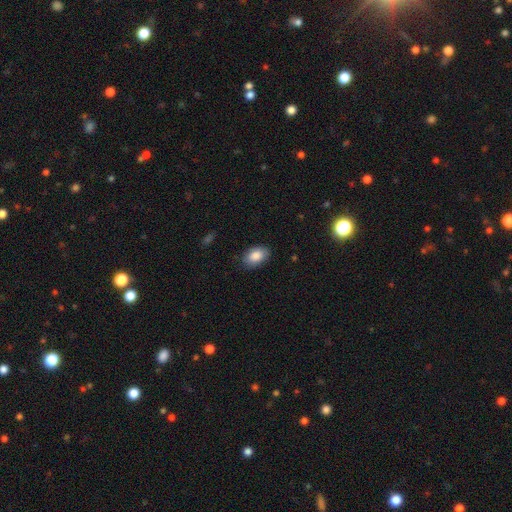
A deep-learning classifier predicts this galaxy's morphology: smooth_or_featured: smooth (p=0.85) [alt: featured or disk p=0.08]
how_rounded: in between (p=0.88) [alt: round p=0.11]
merging: none (p=0.82) [alt: minor disturbance p=0.14]